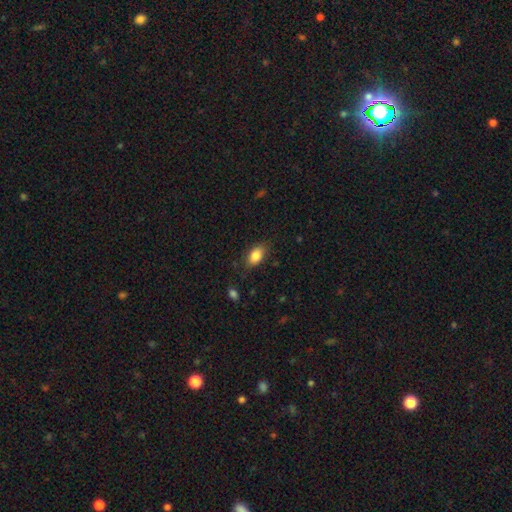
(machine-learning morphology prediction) The model was most divided on "merging": none: 80%, minor disturbance: 15%, major disturbance: 4%, merger: 1%. More confident: how rounded — in between (88%); smooth or featured — smooth (84%).